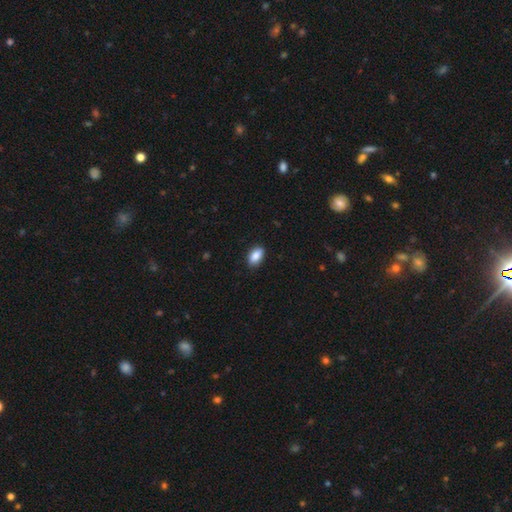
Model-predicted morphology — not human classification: Smooth or featured? smooth (87%)
How rounded? in between (91%)
Merging? none (87%)